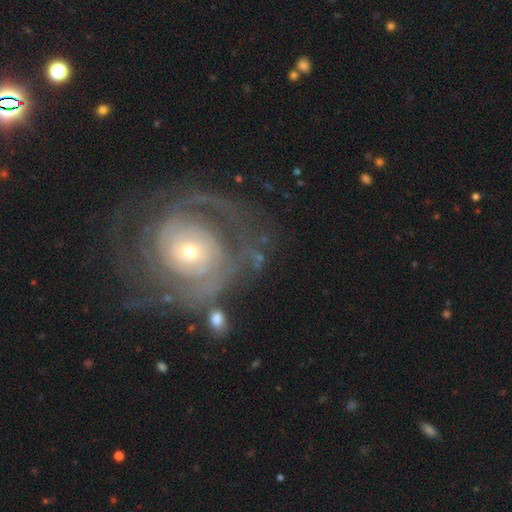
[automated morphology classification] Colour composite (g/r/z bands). It shows a featured or disk galaxy (78%) with no bar (73%), 2 (32%, tied with can't tell) tight (64%) spiral arms (88%) and a small central bulge (63%). Merging: none (56%).